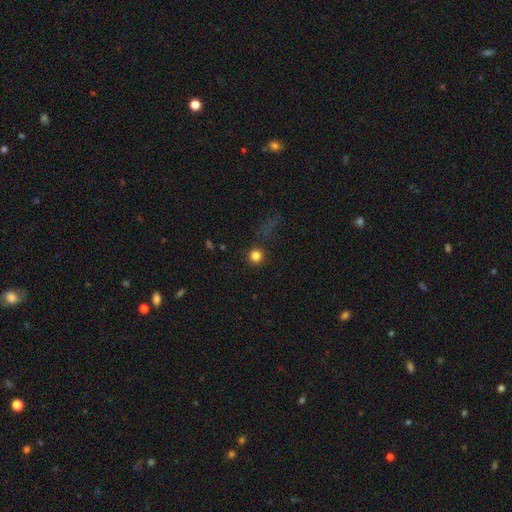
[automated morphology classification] This is clearly a smooth galaxy (82%). How rounded: clearly round (95%). Merging: clearly none (88%).